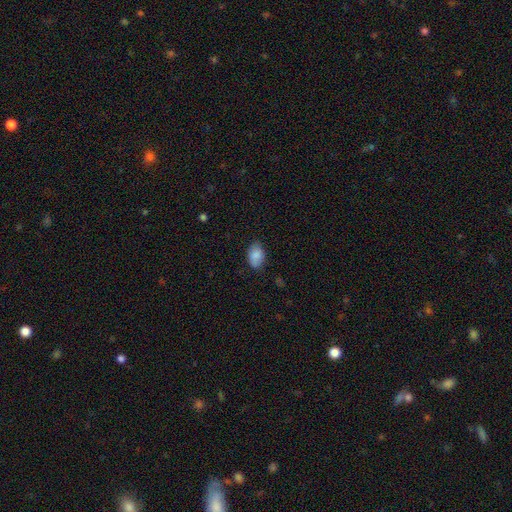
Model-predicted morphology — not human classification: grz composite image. It shows a smooth galaxy with no disk features (86%) that is in between round and cigar-shaped (88%). Merging: none (77%).